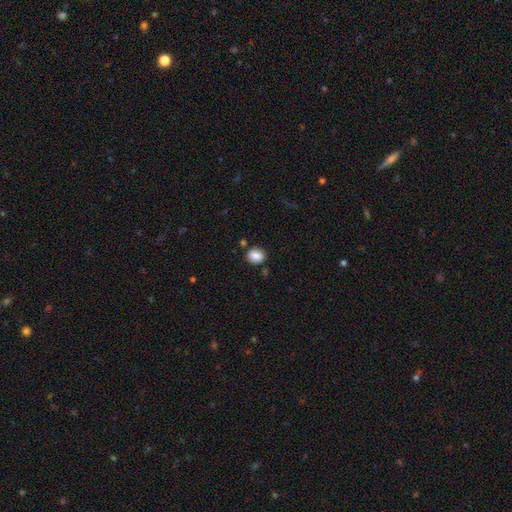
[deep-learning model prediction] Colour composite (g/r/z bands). It shows a smooth galaxy with no disk features (87%) that is round (55%). Merging: none (82%).